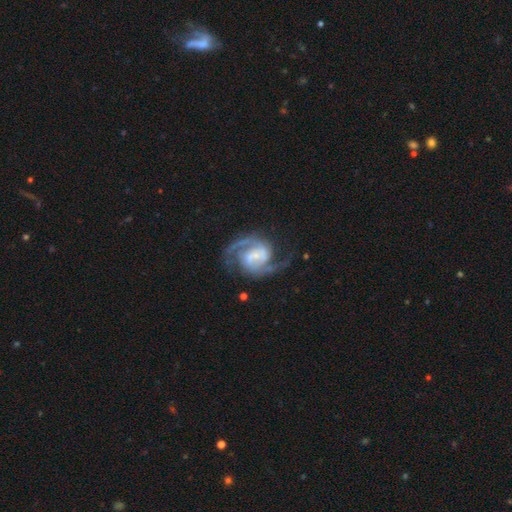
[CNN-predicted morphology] A featured or disk galaxy (90%) with a weak bar (43%), 2 (91%) medium (58%) spiral arms (98%) and a small central bulge (53%). Merging: none (70%).